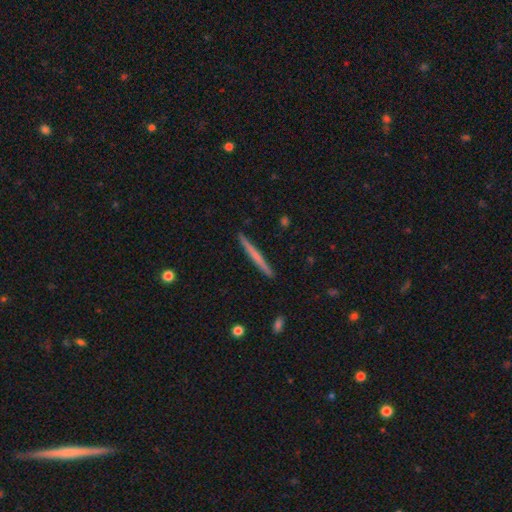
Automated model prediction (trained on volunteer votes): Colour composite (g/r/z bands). It shows a smooth galaxy with no disk features (53%) that is cigar-shaped (97%). Merging: none (92%).